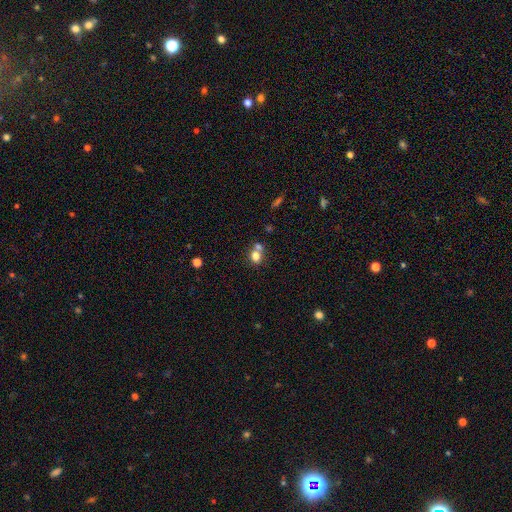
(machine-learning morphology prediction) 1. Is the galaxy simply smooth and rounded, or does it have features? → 77% smooth, 12% star or artifact, 10% featured or disk.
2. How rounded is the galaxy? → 63% round, 36% in between, 1% cigar-shaped.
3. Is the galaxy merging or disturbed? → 45% none, 41% merger, 10% minor disturbance, 4% major disturbance.